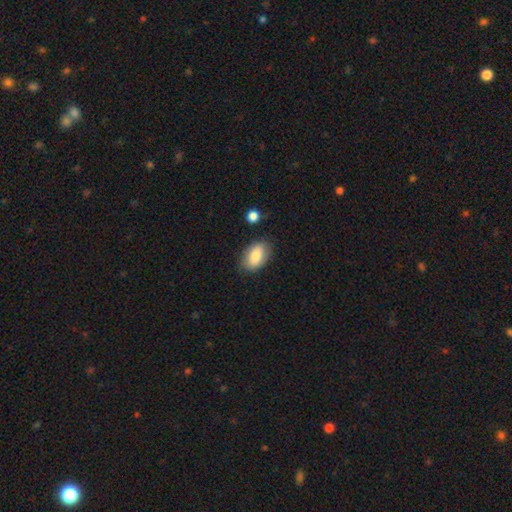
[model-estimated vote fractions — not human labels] Overall: smooth (82%). How rounded: in between (89%). Merging: none (80%).